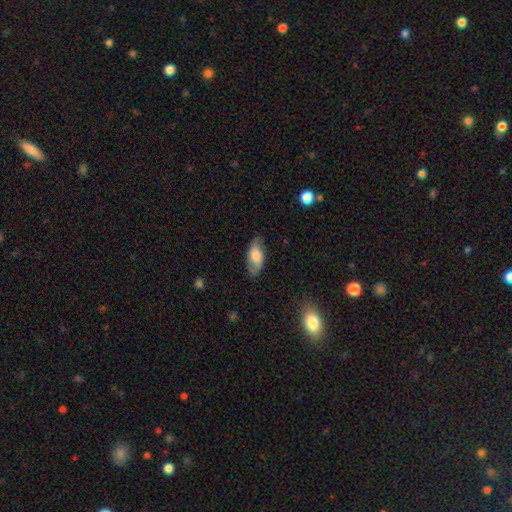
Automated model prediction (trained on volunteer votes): smooth-or-featured: smooth: 59% | featured or disk: 34% | star or artifact: 7%
  how-rounded: in between: 89% | cigar-shaped: 8% | round: 3%
  merging: none: 75% | minor disturbance: 19% | major disturbance: 5% | merger: 1%